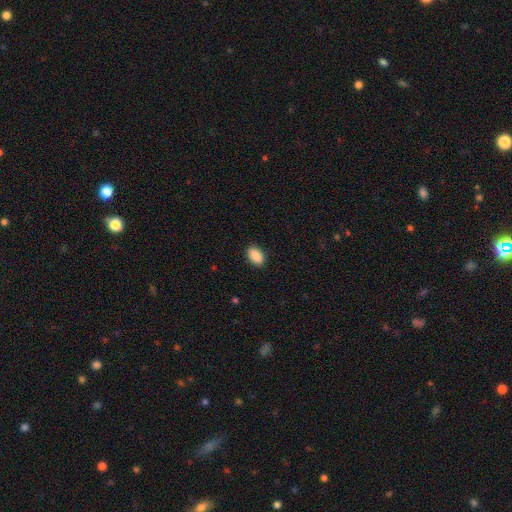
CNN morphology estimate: smooth 90%, star or artifact 7%, featured or disk 3%. Down the decision tree: how rounded — in between (90%); merging — none (89%).